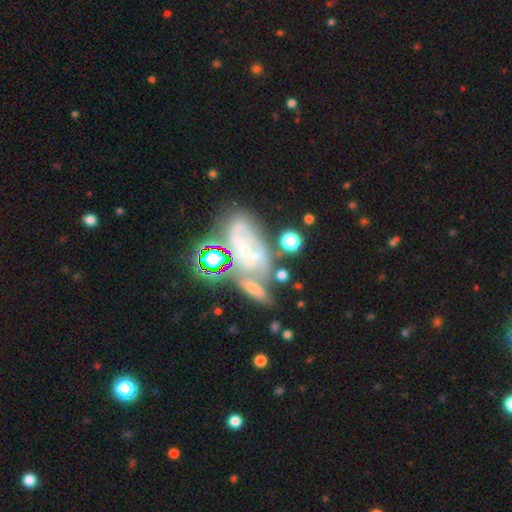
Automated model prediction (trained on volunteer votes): Smooth or featured?
  - featured or disk: 57% *
  - smooth: 28%
  - star or artifact: 16%
Edge-on disk?
  - no: 93% *
  - yes: 7%
Bar?
  - no: 51% *
  - weak: 32%
  - strong: 17%
Spiral arms?
  - yes: 70% *
  - no: 30%
Bulge size?
  - small: 46% *
  - none: 24%
  - moderate: 22%
  - large: 6%
  - dominant: 3%
Merging?
  - none: 38% *
  - merger: 27%
  - minor disturbance: 19%
  - major disturbance: 17%